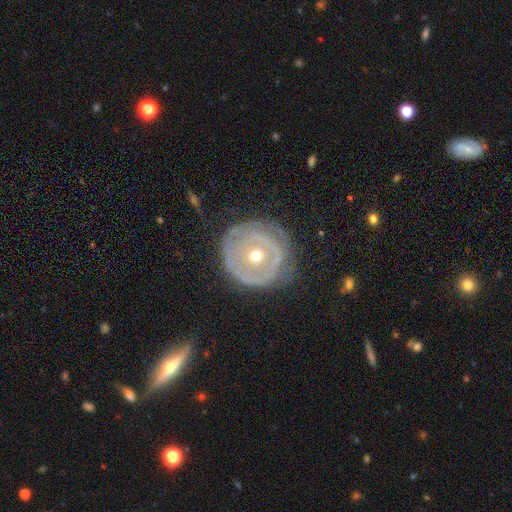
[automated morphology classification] smooth-or-featured: featured or disk: 67% | smooth: 26% | star or artifact: 7%
  disk-edge-on: no: 95% | yes: 5%
    bar: no: 83% | weak: 12% | strong: 4%
    has-spiral-arms: no: 53% | yes: 47%
    bulge-size: moderate: 59% | small: 37% | large: 2% | dominant: 1% | none: 1%
  merging: none: 60% | minor disturbance: 25% | major disturbance: 12% | merger: 2%